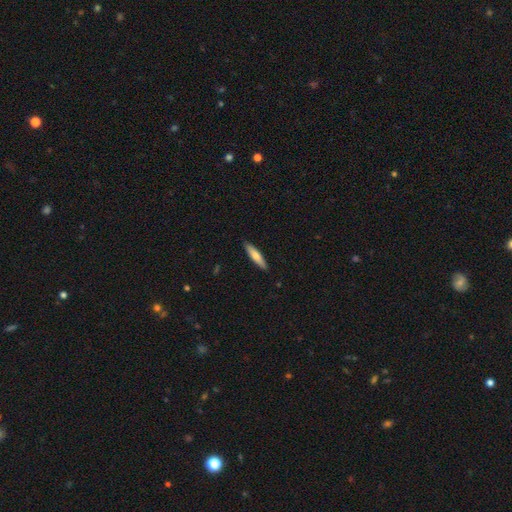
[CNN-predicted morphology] Smooth or featured? Predicted: smooth (p=0.67). How rounded? Predicted: cigar-shaped (p=0.80). Merging? Predicted: none (p=0.90).